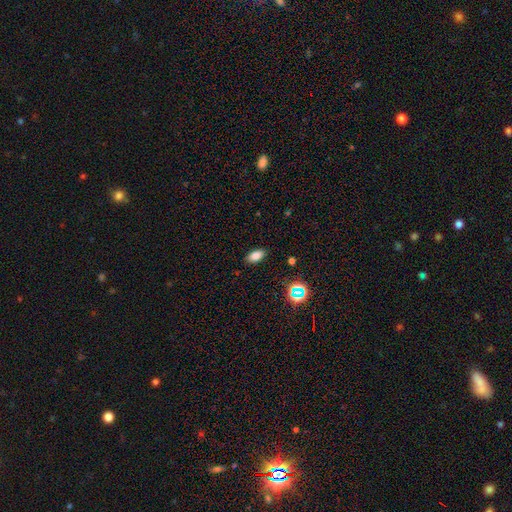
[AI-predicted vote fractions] Q: Smooth or featured?
A: smooth (79%); runner-up: star or artifact (13%)
Q: How rounded?
A: in between (90%); runner-up: cigar-shaped (5%)
Q: Merging?
A: none (88%); runner-up: minor disturbance (9%)